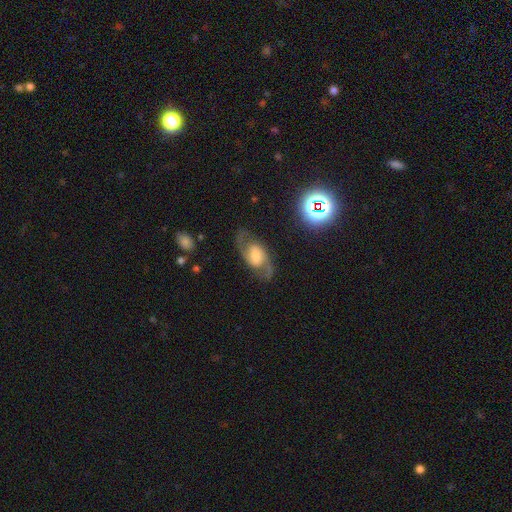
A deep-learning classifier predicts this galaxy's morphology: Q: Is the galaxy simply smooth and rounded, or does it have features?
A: featured or disk — 83%.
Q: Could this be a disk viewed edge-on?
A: no — 96%.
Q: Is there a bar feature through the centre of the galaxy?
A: weak — 45%.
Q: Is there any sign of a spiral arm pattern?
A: yes — 96%.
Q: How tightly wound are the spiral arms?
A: medium — 56%.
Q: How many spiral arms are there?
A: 2 — 92%.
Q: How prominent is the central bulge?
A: moderate — 43%.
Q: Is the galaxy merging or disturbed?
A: none — 78%.